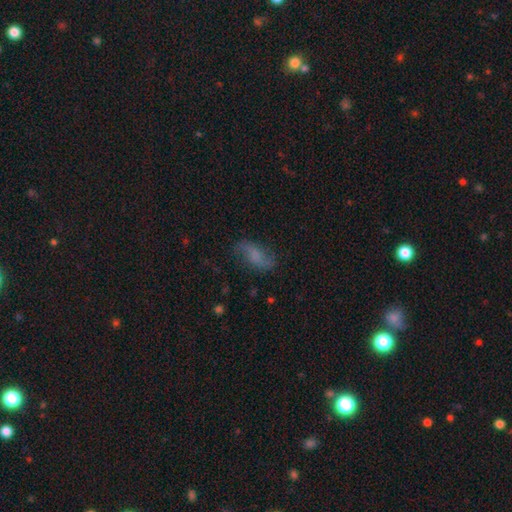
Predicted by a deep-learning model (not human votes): A featured or disk galaxy (45%).

Vote fractions:
- Smooth or featured? featured or disk: 45% / smooth: 44% / star or artifact: 10%
- Merging? none: 72% / minor disturbance: 19% / major disturbance: 8% / merger: 2%